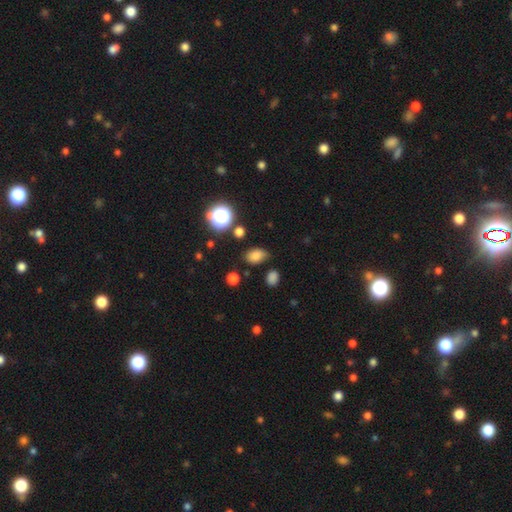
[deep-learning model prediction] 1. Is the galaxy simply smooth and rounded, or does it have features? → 79% smooth, 15% star or artifact, 6% featured or disk.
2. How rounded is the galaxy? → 78% in between, 20% round, 1% cigar-shaped.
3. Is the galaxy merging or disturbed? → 74% none, 18% minor disturbance, 5% major disturbance, 3% merger.